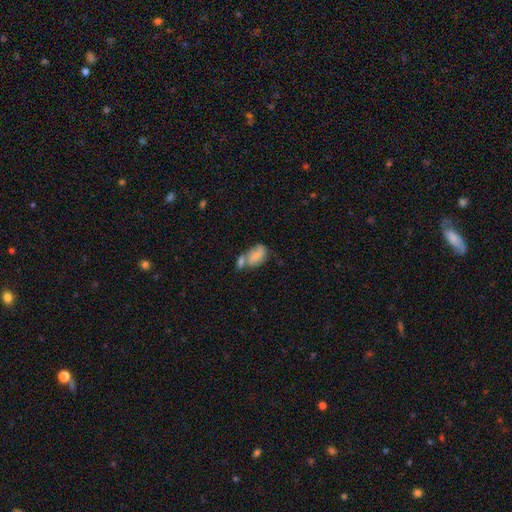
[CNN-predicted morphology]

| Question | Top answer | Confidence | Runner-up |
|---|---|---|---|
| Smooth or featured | smooth | 73% | featured or disk (18%) |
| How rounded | in between | 89% | round (8%) |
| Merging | merger | 51% | none (23%) |